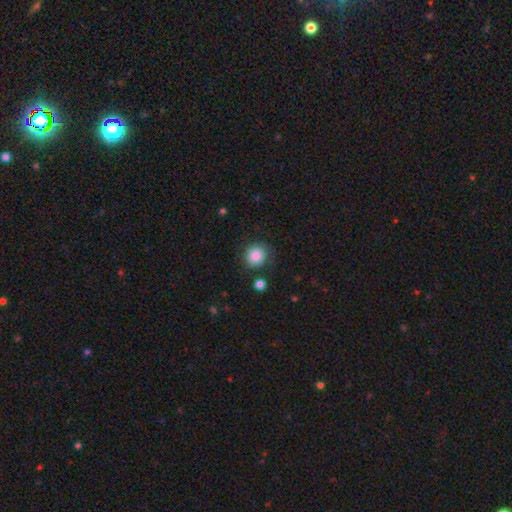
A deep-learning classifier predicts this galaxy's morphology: Q: Smooth or featured?
A: smooth (86%); runner-up: star or artifact (9%)
Q: How rounded?
A: round (84%); runner-up: in between (15%)
Q: Merging?
A: none (81%); runner-up: minor disturbance (12%)